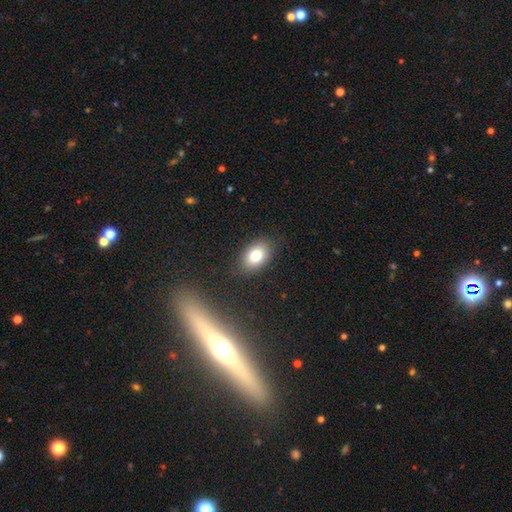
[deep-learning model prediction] Smooth or featured? Predicted: smooth (p=0.79). How rounded? Predicted: in between (p=0.81). Merging? Predicted: none (p=0.85).